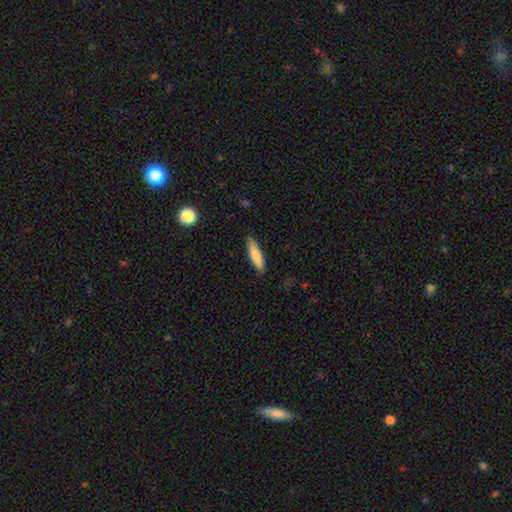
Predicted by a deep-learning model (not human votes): This appears to be a smooth galaxy with no disk features (81%) that is cigar-shaped (70%). Merging: none (85%).